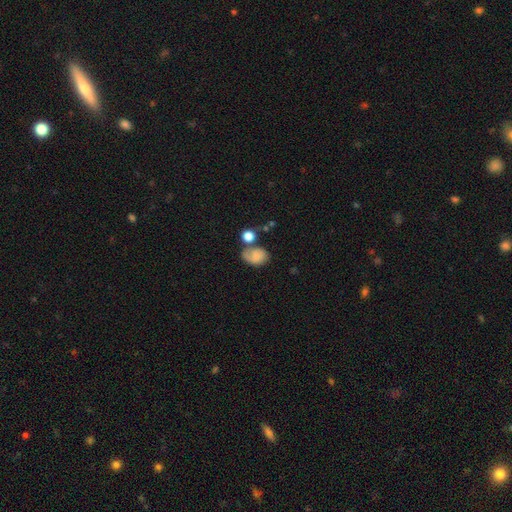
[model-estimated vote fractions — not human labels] This is likely a smooth galaxy (63%). How rounded: likely in between (68%). Merging: marginally none (43%).